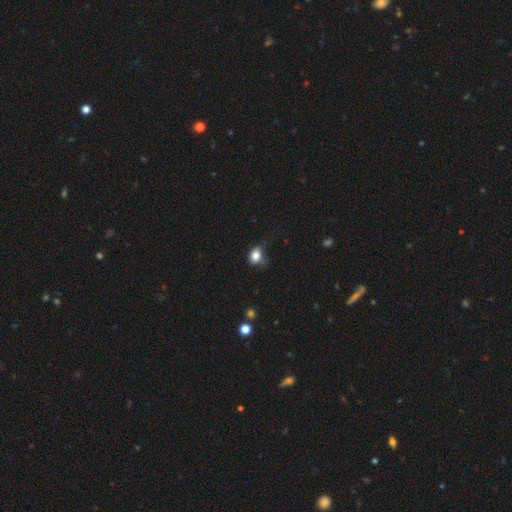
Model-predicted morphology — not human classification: smooth 81%, star or artifact 11%, featured or disk 8%. Down the decision tree: how rounded — round (51%); merging — none (46%).